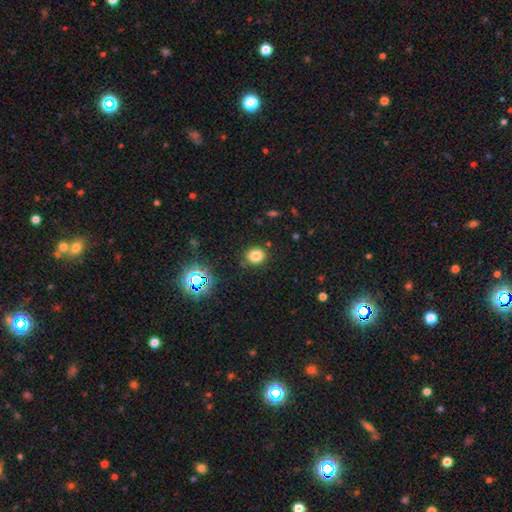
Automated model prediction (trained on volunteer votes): The model was most divided on "how rounded": round: 78%, in between: 21%, cigar-shaped: 1%. More confident: merging — none (83%); smooth or featured — smooth (77%).